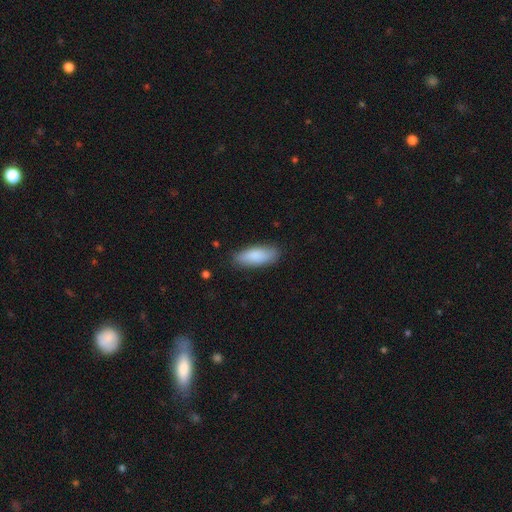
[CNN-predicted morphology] A smooth galaxy with no disk features (87%) that is in between round and cigar-shaped (71%). Merging: none (84%).